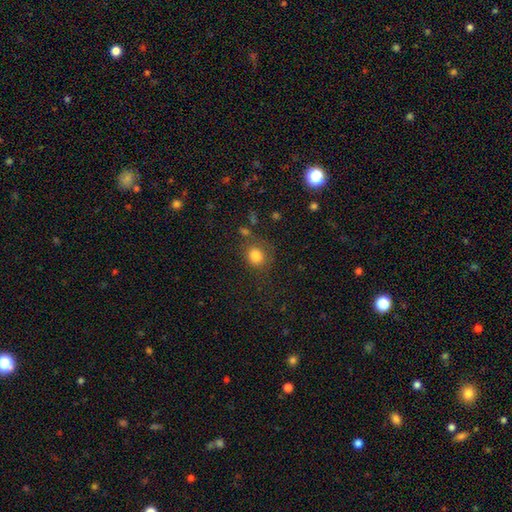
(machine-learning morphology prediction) Smooth or featured? Predicted: smooth (p=0.82). How rounded? Predicted: round (p=0.78). Merging? Predicted: none (p=0.70).